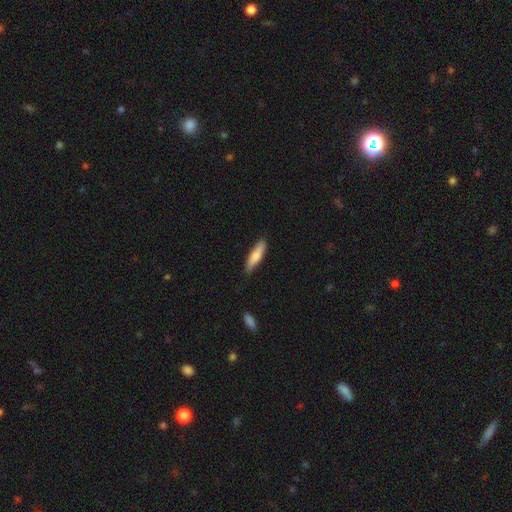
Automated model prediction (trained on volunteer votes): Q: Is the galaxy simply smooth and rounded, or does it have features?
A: smooth — 72%.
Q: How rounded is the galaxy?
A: cigar-shaped — 76%.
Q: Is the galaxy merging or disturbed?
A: none — 85%.